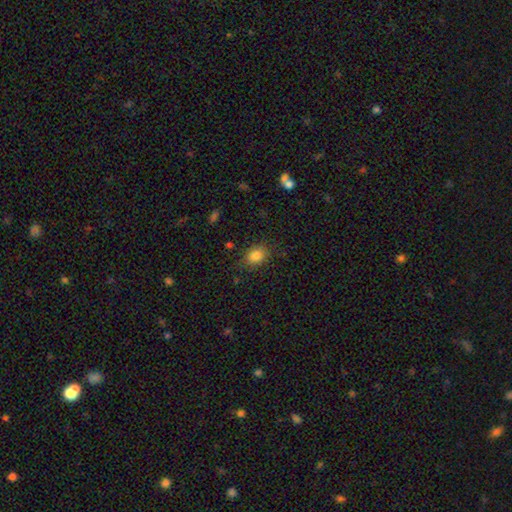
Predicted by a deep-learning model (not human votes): A smooth galaxy with no disk features (84%) that is in between round and cigar-shaped (56%).

Vote fractions:
- Smooth or featured? smooth: 84% / star or artifact: 10% / featured or disk: 6%
- How rounded? in between: 56% / round: 43% / cigar-shaped: 1%
- Merging? none: 80% / minor disturbance: 14% / major disturbance: 4% / merger: 1%